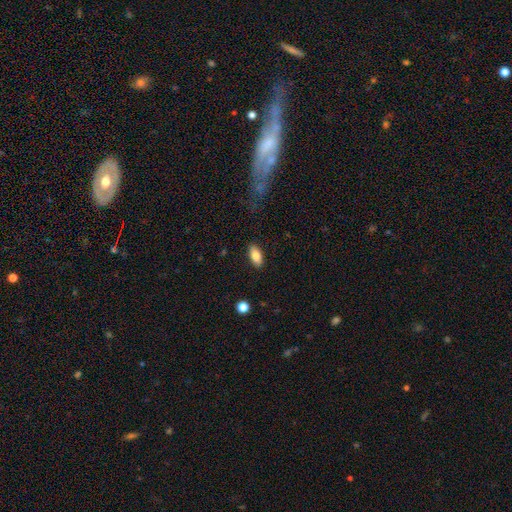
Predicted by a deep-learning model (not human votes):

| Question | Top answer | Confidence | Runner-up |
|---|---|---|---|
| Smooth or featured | smooth | 81% | featured or disk (12%) |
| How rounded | in between | 89% | cigar-shaped (8%) |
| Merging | none | 88% | minor disturbance (9%) |